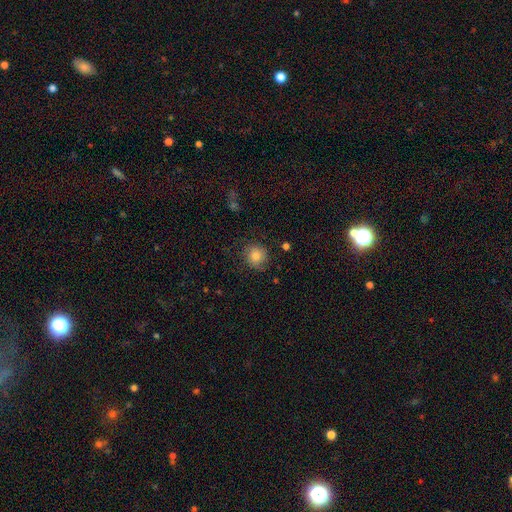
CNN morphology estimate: smooth_or_featured: smooth (p=0.76) [alt: featured or disk p=0.13]
how_rounded: round (p=0.87) [alt: in between p=0.12]
merging: none (p=0.75) [alt: minor disturbance p=0.17]